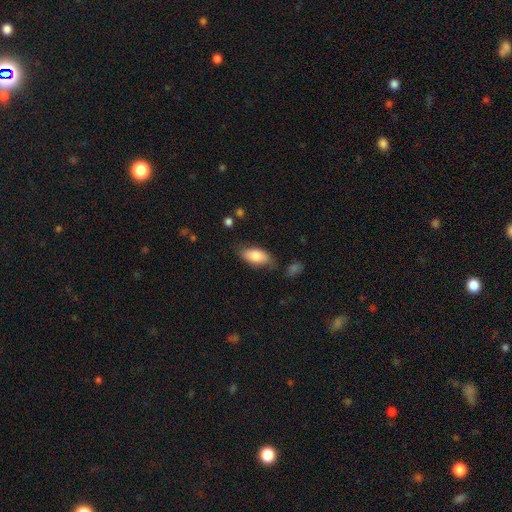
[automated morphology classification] The model was most divided on "merging": none: 73%, minor disturbance: 19%, major disturbance: 5%, merger: 3%. More confident: how rounded — in between (90%); smooth or featured — smooth (79%).